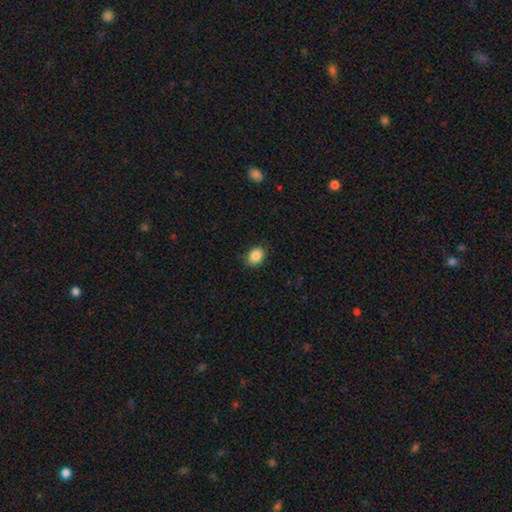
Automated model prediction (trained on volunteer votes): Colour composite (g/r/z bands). It shows a smooth galaxy with no disk features (87%) that is in between round and cigar-shaped (65%). Merging: none (87%).